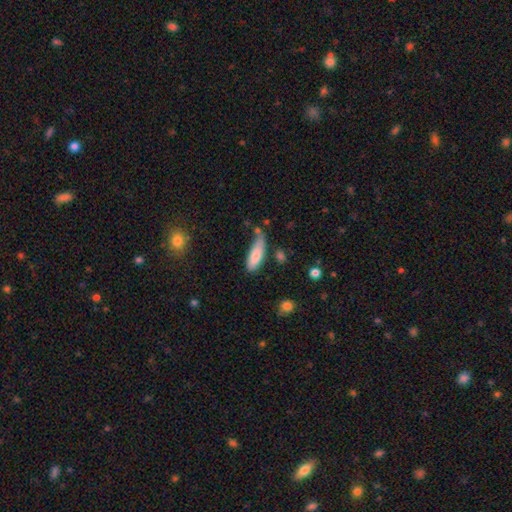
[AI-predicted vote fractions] Overall: smooth (81%). How rounded: in between (61%; cigar-shaped 37%). Merging: none (45%; minor disturbance 33%).